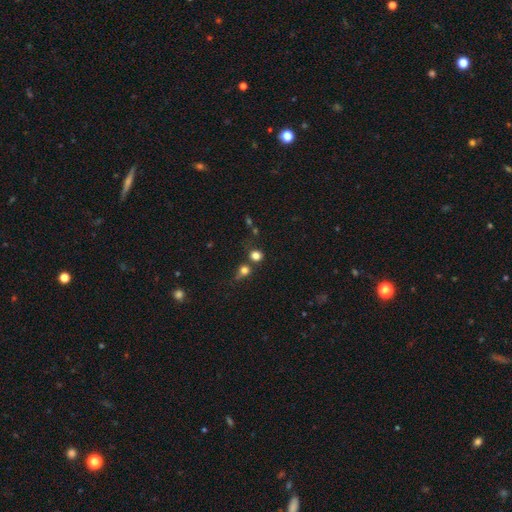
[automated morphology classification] Q: Smooth or featured?
A: smooth (78%); runner-up: star or artifact (16%)
Q: How rounded?
A: round (82%); runner-up: in between (17%)
Q: Merging?
A: none (61%); runner-up: merger (21%)